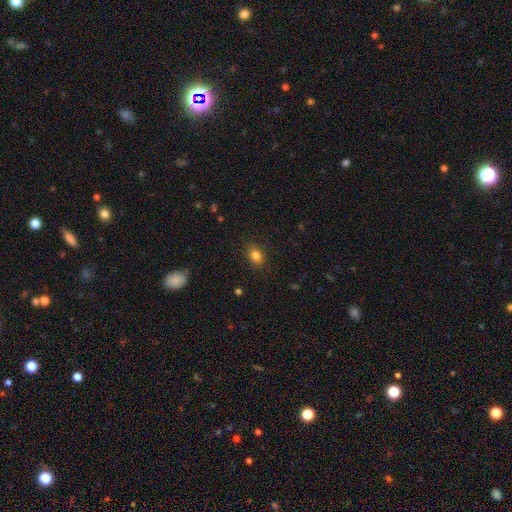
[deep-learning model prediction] Overall: smooth (83%). How rounded: in between (63%; round 36%). Merging: none (87%).